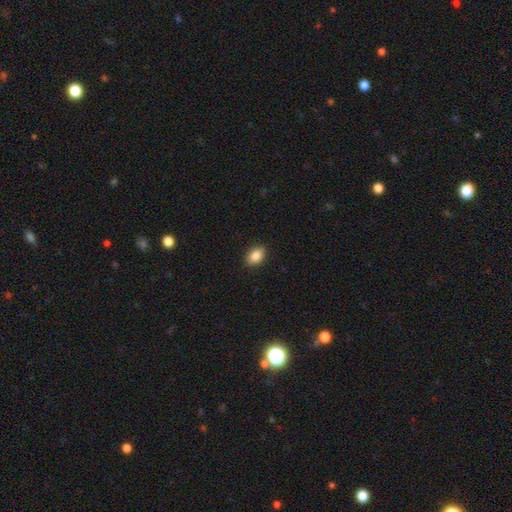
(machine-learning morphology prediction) The model was most divided on "how rounded": in between: 83%, round: 16%, cigar-shaped: 1%. More confident: merging — none (89%); smooth or featured — smooth (87%).